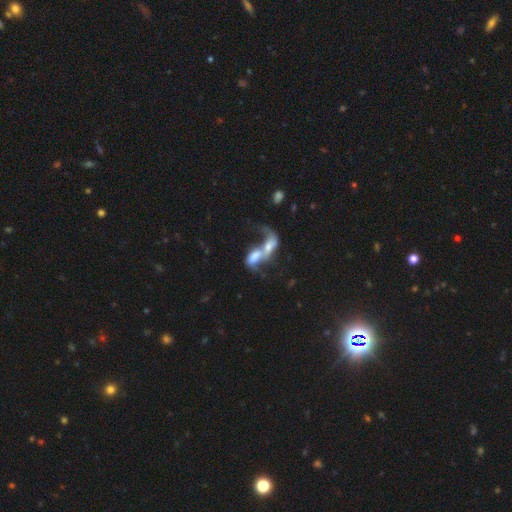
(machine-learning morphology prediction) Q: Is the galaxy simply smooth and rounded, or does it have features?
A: smooth — 45%.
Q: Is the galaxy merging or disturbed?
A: merger — 77%.